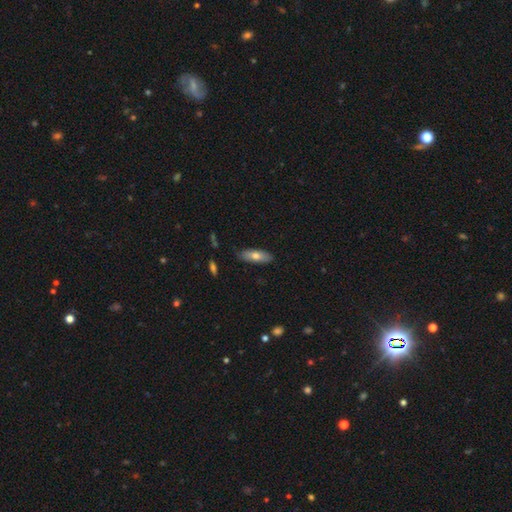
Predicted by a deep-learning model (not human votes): Smooth or featured?
  - smooth: 69% *
  - featured or disk: 25%
  - star or artifact: 6%
How rounded?
  - in between: 66% *
  - cigar-shaped: 31%
  - round: 2%
Merging?
  - none: 86% *
  - minor disturbance: 11%
  - major disturbance: 2%
  - merger: 1%